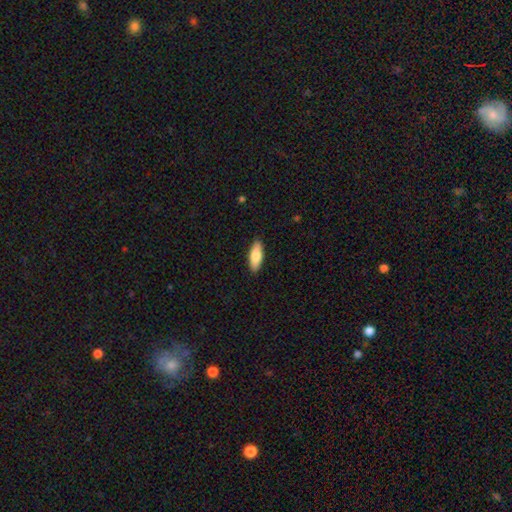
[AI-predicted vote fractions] Q: Smooth or featured?
A: smooth (79%); runner-up: featured or disk (16%)
Q: How rounded?
A: in between (69%); runner-up: cigar-shaped (29%)
Q: Merging?
A: none (90%); runner-up: minor disturbance (8%)